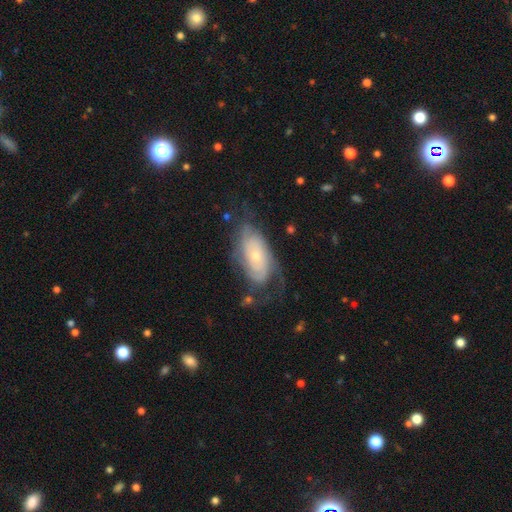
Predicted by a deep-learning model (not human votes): Q: Smooth or featured?
A: featured or disk (73%); runner-up: smooth (21%)
Q: Edge-on disk?
A: no (93%); runner-up: yes (7%)
Q: Bar?
A: no (76%); runner-up: weak (20%)
Q: Spiral arms?
A: yes (88%); runner-up: no (12%)
Q: Spiral winding?
A: tight (59%); runner-up: medium (29%)
Q: Spiral arm count?
A: can't tell (43%); runner-up: 2 (34%)
Q: Bulge size?
A: small (65%); runner-up: moderate (29%)
Q: Merging?
A: none (58%); runner-up: minor disturbance (23%)